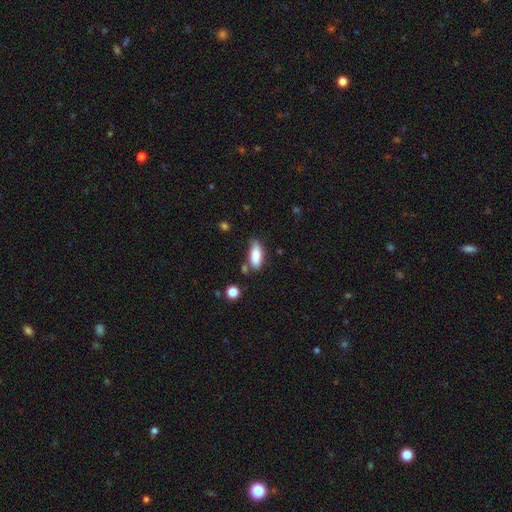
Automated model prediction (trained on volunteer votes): Morphology: type=smooth (83%); roundness=in between (73%); merging=none (66%).